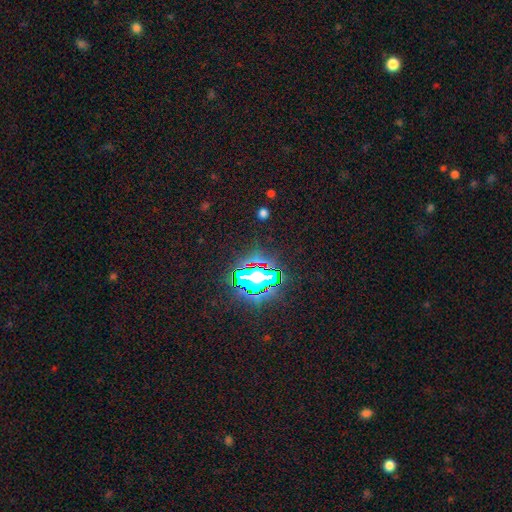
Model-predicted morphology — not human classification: This appears to be a star or artifact, not a galaxy (74%).